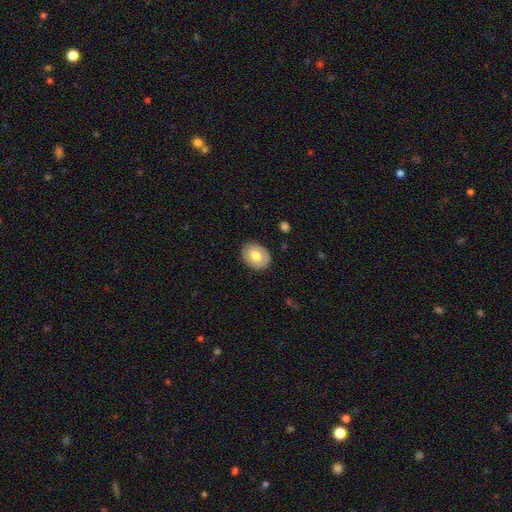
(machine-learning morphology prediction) Smooth or featured?
  - smooth: 70% *
  - featured or disk: 23%
  - star or artifact: 7%
How rounded?
  - in between: 60% *
  - round: 39%
  - cigar-shaped: 1%
Merging?
  - none: 87% *
  - minor disturbance: 10%
  - major disturbance: 2%
  - merger: 1%